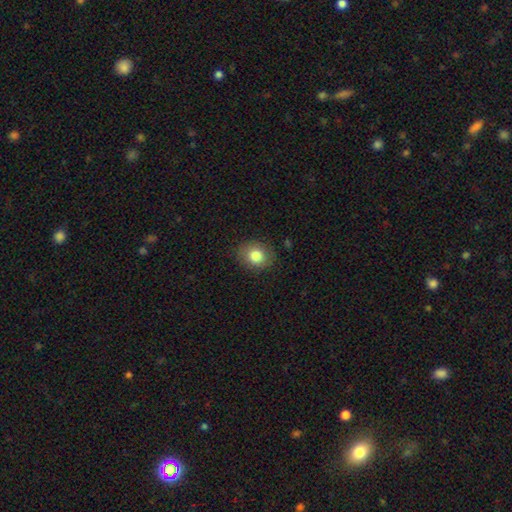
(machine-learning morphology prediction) A smooth galaxy with no disk features (81%) that is round (62%).

Vote fractions:
- Smooth or featured? smooth: 81% / featured or disk: 9% / star or artifact: 9%
- How rounded? round: 62% / in between: 37% / cigar-shaped: 1%
- Merging? none: 85% / minor disturbance: 11% / major disturbance: 3% / merger: 1%